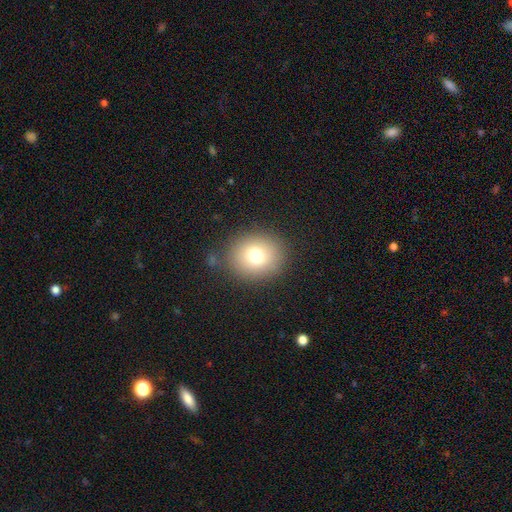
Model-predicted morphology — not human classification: smooth_or_featured: smooth (p=0.74) [alt: star or artifact p=0.14]
how_rounded: round (p=0.77) [alt: in between p=0.22]
merging: none (p=0.85) [alt: minor disturbance p=0.09]